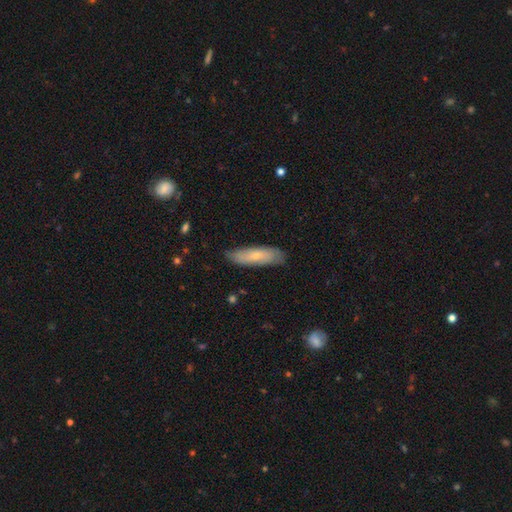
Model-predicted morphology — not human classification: Q: Smooth or featured?
A: smooth (64%); runner-up: featured or disk (30%)
Q: How rounded?
A: cigar-shaped (58%); runner-up: in between (40%)
Q: Merging?
A: none (81%); runner-up: minor disturbance (16%)